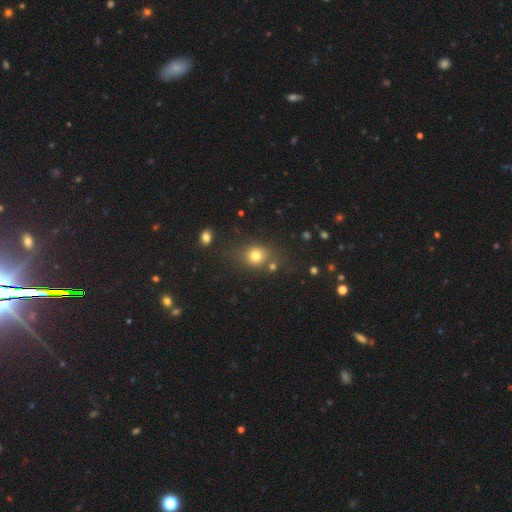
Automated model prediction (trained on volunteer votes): This is likely a smooth galaxy (76%). How rounded: likely round (72%). Merging: likely none (71%).